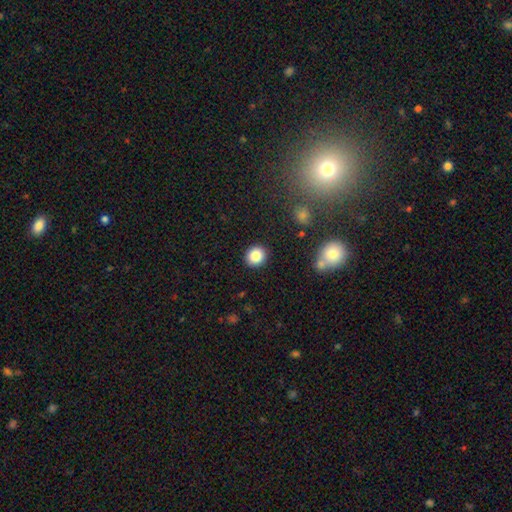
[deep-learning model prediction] This appears to be a smooth galaxy with no disk features (85%) that is round (86%). Merging: none (90%).